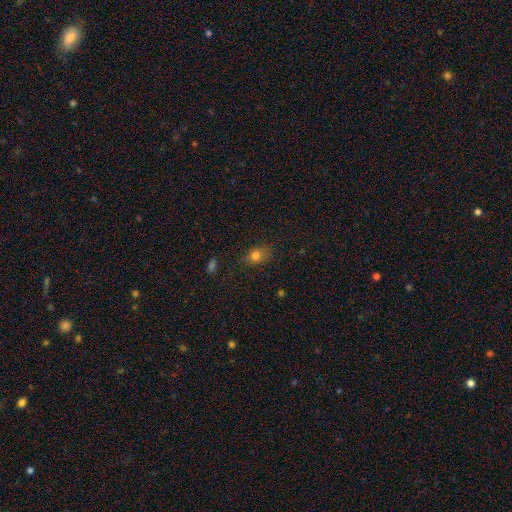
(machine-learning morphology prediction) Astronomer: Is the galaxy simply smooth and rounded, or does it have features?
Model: smooth — 76%.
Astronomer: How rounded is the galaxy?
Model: in between — 60% (runner-up: round, 37%).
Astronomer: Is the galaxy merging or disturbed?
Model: none — 75%.